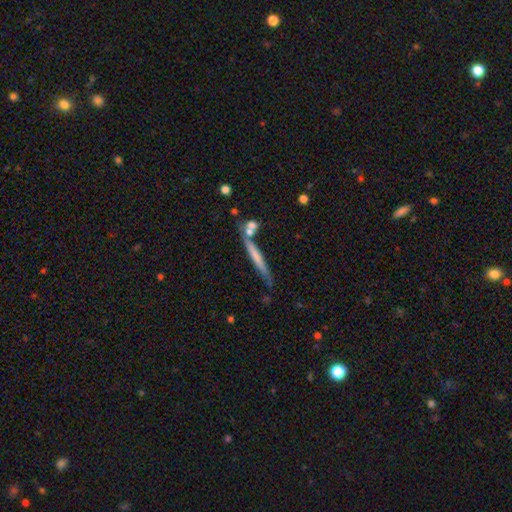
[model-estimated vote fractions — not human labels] smooth 55%, featured or disk 38%, star or artifact 7%. Down the decision tree: how rounded — cigar-shaped (95%); merging — none (65%).